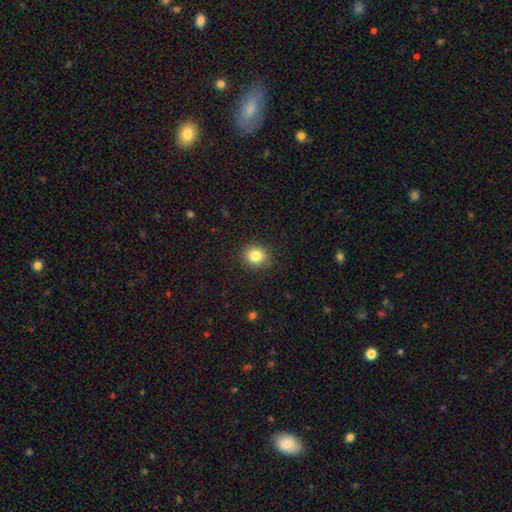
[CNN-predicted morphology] Smooth or featured: smooth — 83% (star or artifact — 10%)
How rounded: round — 77% (in between — 22%)
Merging: none — 89% (minor disturbance — 8%)